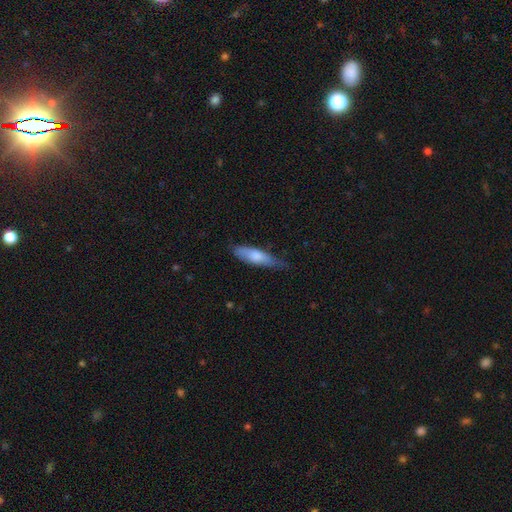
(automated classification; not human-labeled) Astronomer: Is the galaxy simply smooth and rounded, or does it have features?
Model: smooth — 71%.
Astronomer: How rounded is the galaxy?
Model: cigar-shaped — 56% (runner-up: in between, 42%).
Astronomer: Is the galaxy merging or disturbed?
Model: none — 53% (runner-up: minor disturbance, 37%).